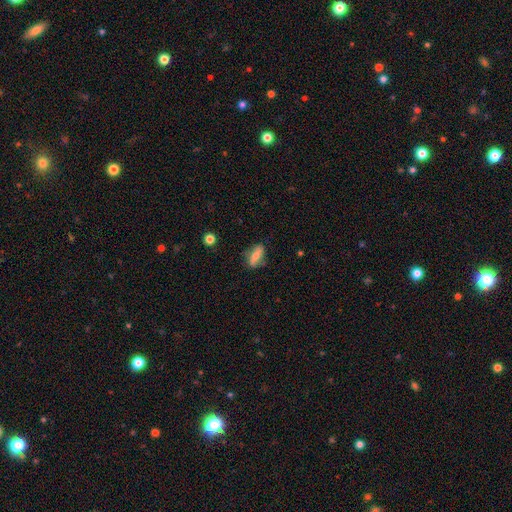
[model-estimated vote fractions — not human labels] Smooth or featured? Predicted: smooth (p=0.57). How rounded? Predicted: in between (p=0.71). Merging? Predicted: none (p=0.72).